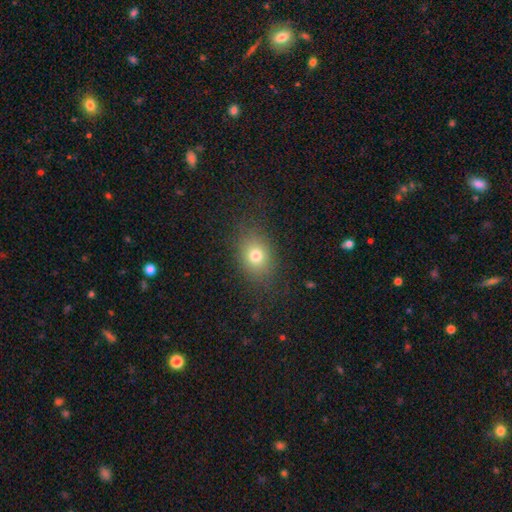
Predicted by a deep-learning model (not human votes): A smooth galaxy with no disk features (76%) that is in between round and cigar-shaped (57%). Merging: none (80%).